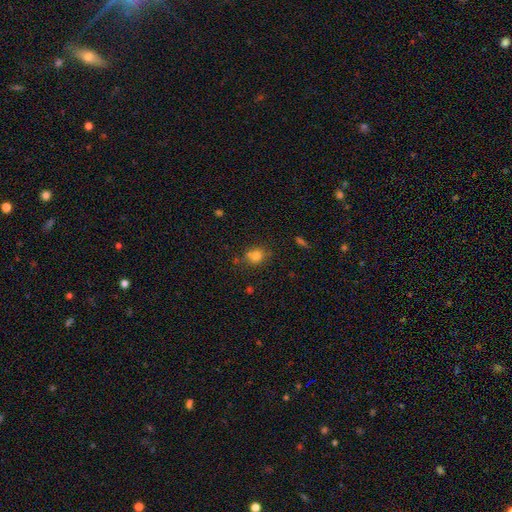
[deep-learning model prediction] A smooth galaxy with no disk features (78%) that is round (76%). Merging: none (66%).